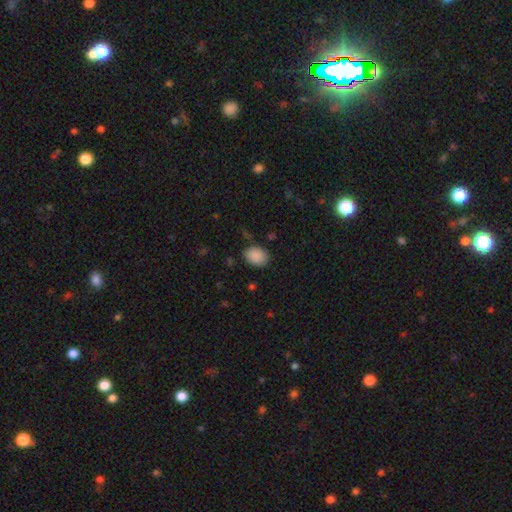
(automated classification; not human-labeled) Smooth or featured?
  - smooth: 89% *
  - star or artifact: 8%
  - featured or disk: 3%
How rounded?
  - in between: 64% *
  - round: 35%
  - cigar-shaped: 1%
Merging?
  - none: 81% *
  - minor disturbance: 13%
  - major disturbance: 3%
  - merger: 2%